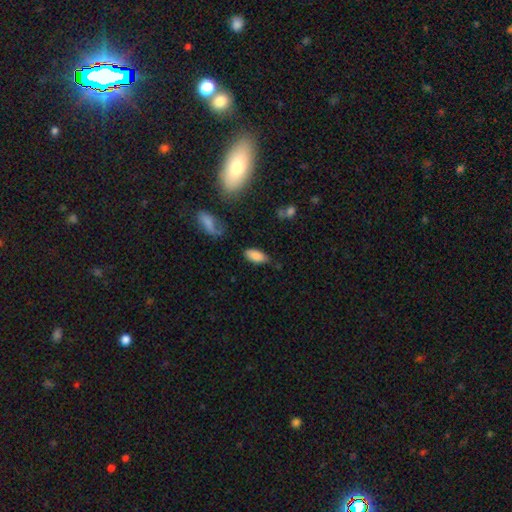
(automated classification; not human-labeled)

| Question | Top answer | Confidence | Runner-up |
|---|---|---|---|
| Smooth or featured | smooth | 85% | star or artifact (8%) |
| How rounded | in between | 92% | cigar-shaped (5%) |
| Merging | none | 70% | minor disturbance (21%) |